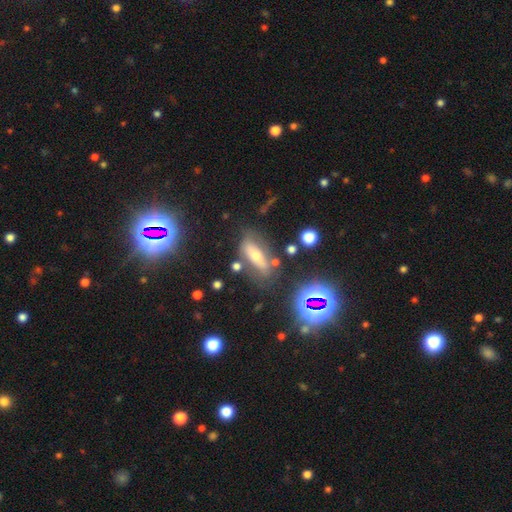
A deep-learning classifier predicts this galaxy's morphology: Smooth or featured? smooth (39%)
Merging? none (68%)